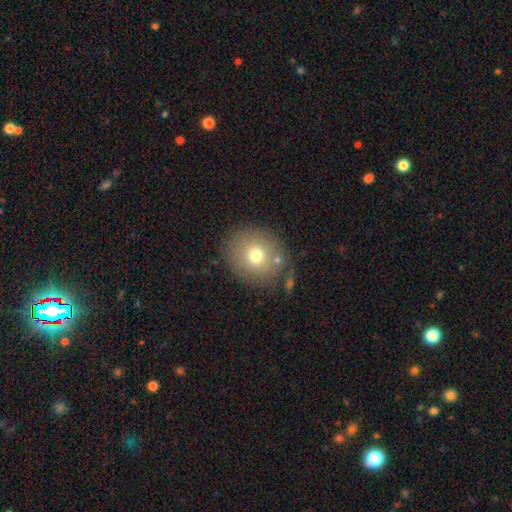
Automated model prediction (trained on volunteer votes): smooth 72%, featured or disk 16%, star or artifact 12%. Down the decision tree: how rounded — round (83%); merging — none (79%).